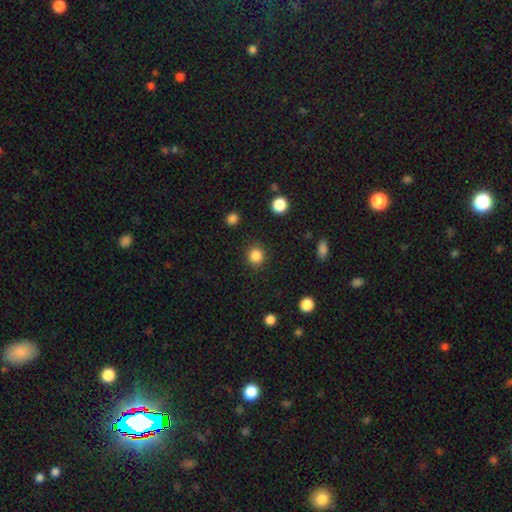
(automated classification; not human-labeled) A smooth galaxy with no disk features (86%) that is round (89%). Merging: none (90%).